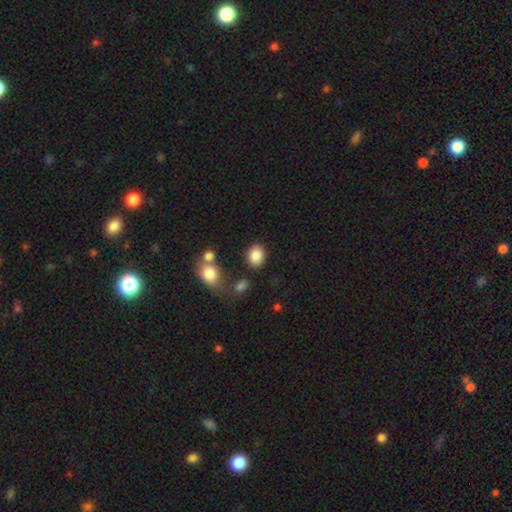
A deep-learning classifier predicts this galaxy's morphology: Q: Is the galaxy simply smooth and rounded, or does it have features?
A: smooth — 86%.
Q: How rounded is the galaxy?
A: in between — 59%.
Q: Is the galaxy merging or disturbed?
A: none — 78%.